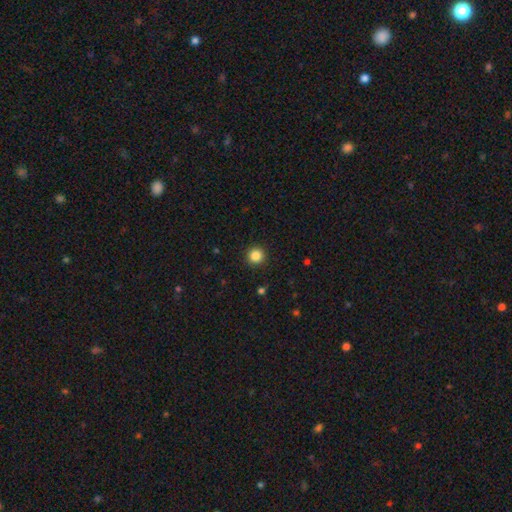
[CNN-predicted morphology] Q: Smooth or featured?
A: smooth (85%); runner-up: star or artifact (11%)
Q: How rounded?
A: round (96%); runner-up: in between (3%)
Q: Merging?
A: none (93%); runner-up: minor disturbance (5%)